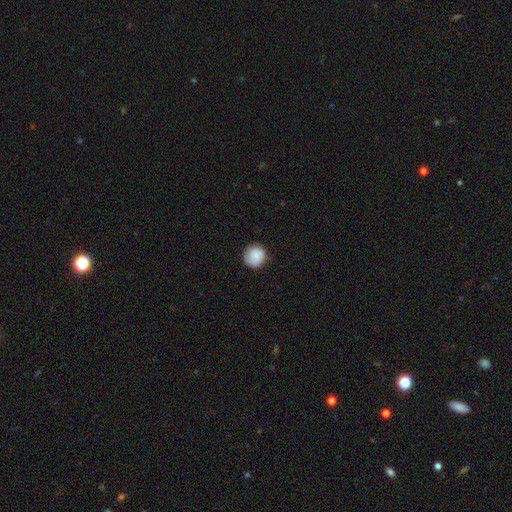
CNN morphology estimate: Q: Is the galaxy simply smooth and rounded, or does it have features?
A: smooth — 73%.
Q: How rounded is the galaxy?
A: round — 91%.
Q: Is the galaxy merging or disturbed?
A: none — 84%.